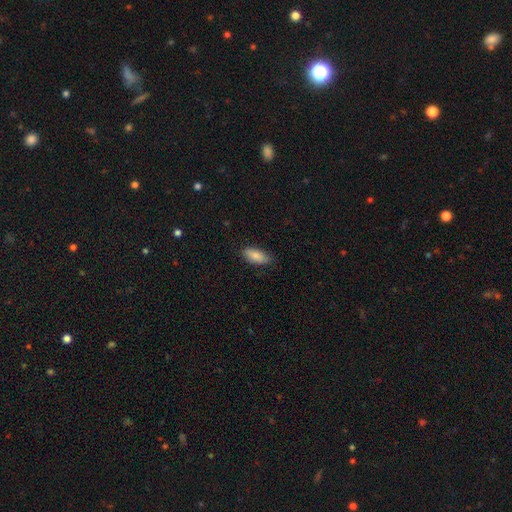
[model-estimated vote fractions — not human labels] This is clearly a smooth galaxy (86%). How rounded: clearly in between (86%). Merging: likely none (79%).